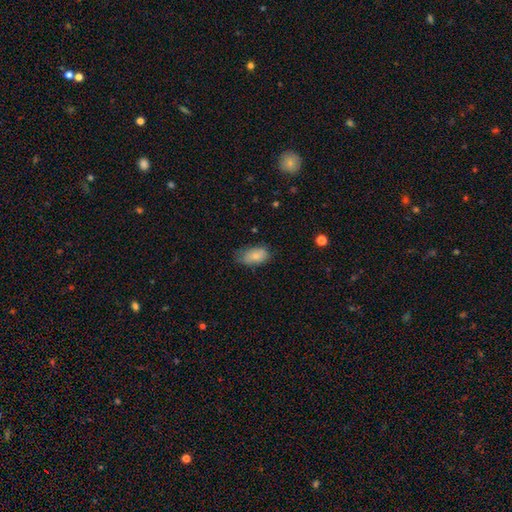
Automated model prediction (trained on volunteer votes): Morphology: type=smooth (78%); roundness=in between (92%); merging=none (53%).